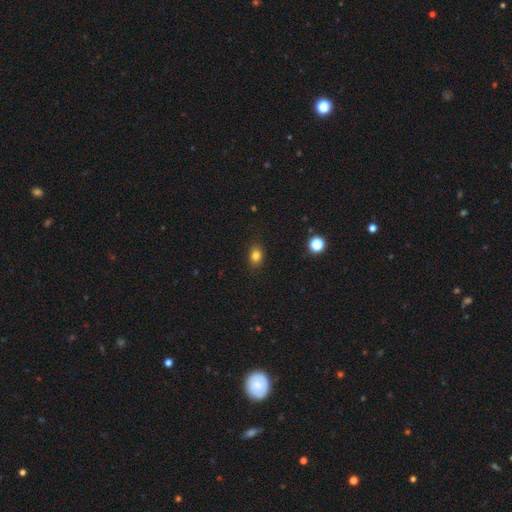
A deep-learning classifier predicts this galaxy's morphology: The model was most divided on "how rounded": in between: 63%, round: 35%, cigar-shaped: 1%. More confident: merging — none (87%); smooth or featured — smooth (82%).